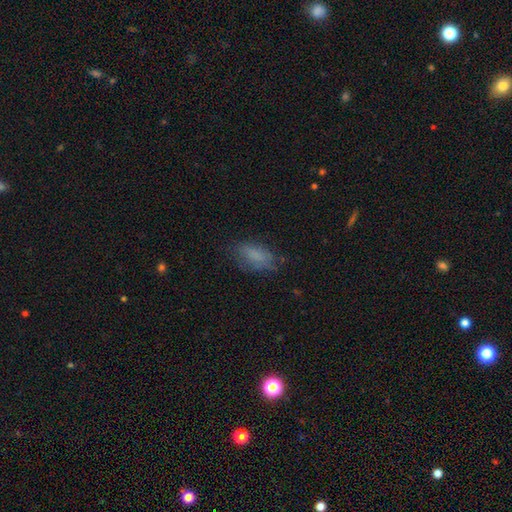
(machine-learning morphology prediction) Q: Smooth or featured?
A: smooth (74%); runner-up: featured or disk (15%)
Q: How rounded?
A: in between (85%); runner-up: cigar-shaped (11%)
Q: Merging?
A: none (63%); runner-up: minor disturbance (24%)